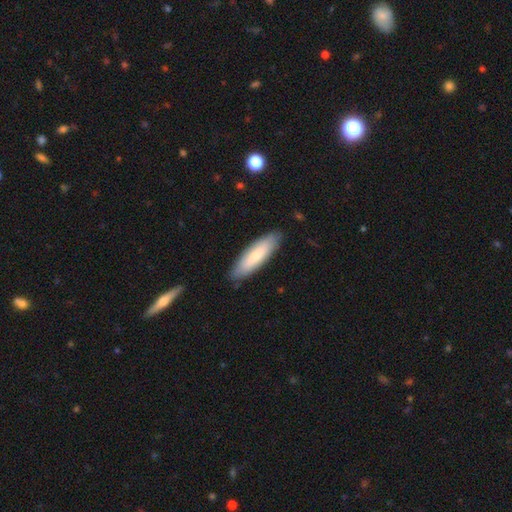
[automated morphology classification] type=smooth (75%); roundness=cigar-shaped (59%); merging=none (87%).